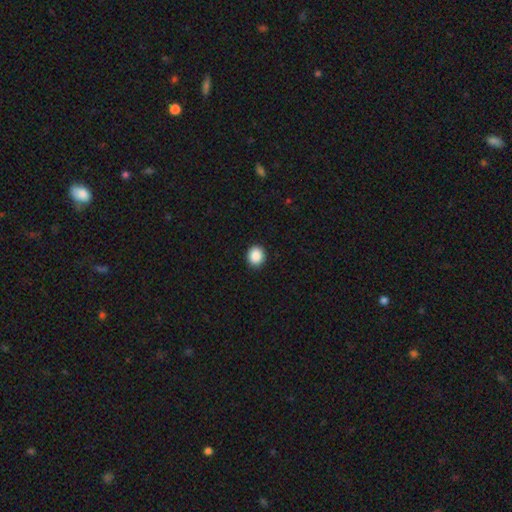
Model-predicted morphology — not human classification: smooth_or_featured: smooth (p=0.89) [alt: star or artifact p=0.09]
how_rounded: round (p=0.80) [alt: in between p=0.20]
merging: none (p=0.92) [alt: minor disturbance p=0.05]